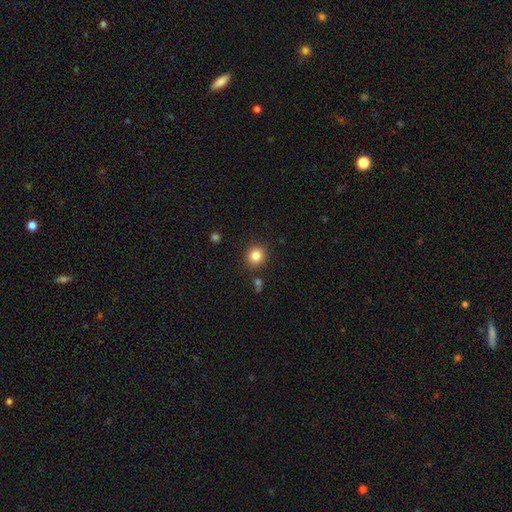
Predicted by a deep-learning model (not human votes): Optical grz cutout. It shows a smooth galaxy with no disk features (84%) that is round (86%). Merging: none (88%).